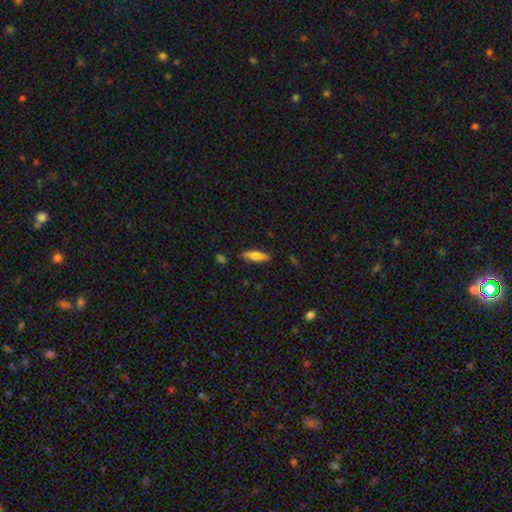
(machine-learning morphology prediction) Smooth or featured? Predicted: smooth (p=0.63). How rounded? Predicted: cigar-shaped (p=0.58). Merging? Predicted: none (p=0.84).